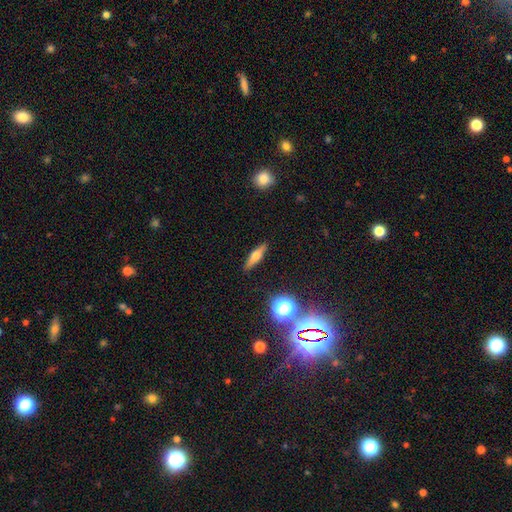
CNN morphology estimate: Q: Smooth or featured?
A: smooth (48%); runner-up: featured or disk (42%)
Q: Merging?
A: none (89%); runner-up: minor disturbance (8%)